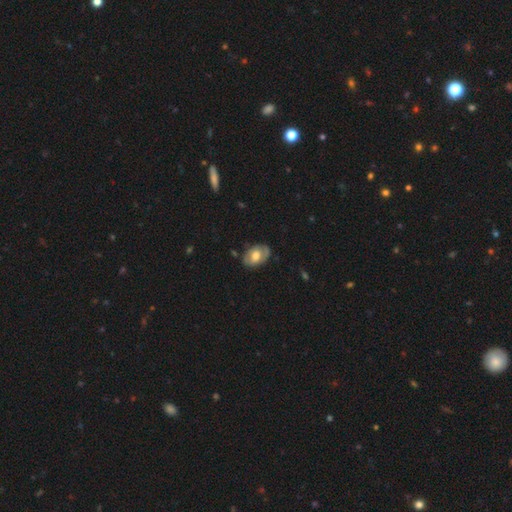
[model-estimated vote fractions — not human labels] The model was most divided on "smooth or featured": smooth: 53%, featured or disk: 41%, star or artifact: 6%. More confident: how rounded — in between (85%); merging — none (75%).